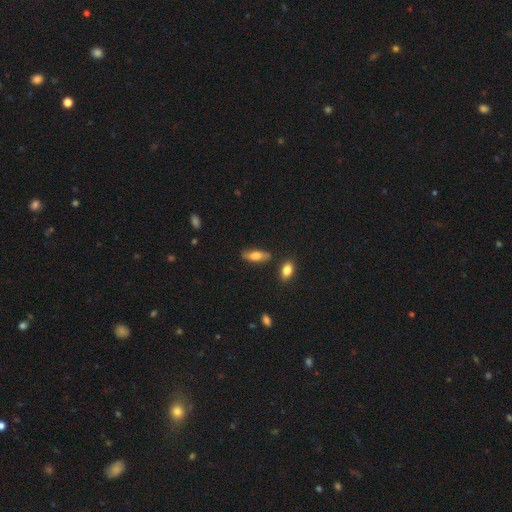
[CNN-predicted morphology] A smooth galaxy with no disk features (71%) that is in between round and cigar-shaped (68%).

Vote fractions:
- Smooth or featured? smooth: 71% / featured or disk: 23% / star or artifact: 7%
- How rounded? in between: 68% / cigar-shaped: 30% / round: 3%
- Merging? none: 79% / minor disturbance: 14% / merger: 4% / major disturbance: 3%